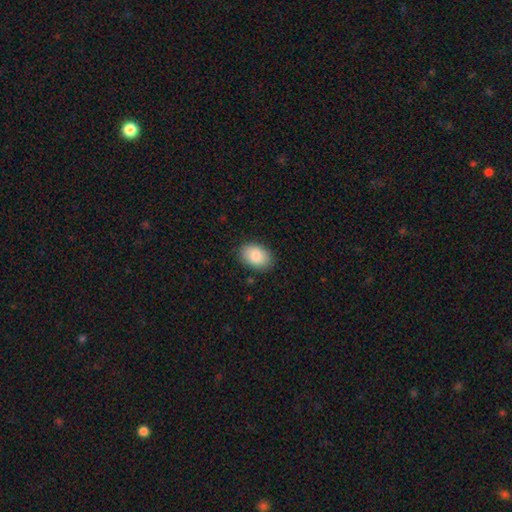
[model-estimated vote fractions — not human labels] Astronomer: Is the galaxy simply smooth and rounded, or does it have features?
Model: smooth — 88%.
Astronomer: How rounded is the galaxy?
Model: in between — 84%.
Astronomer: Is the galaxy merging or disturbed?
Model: none — 86%.